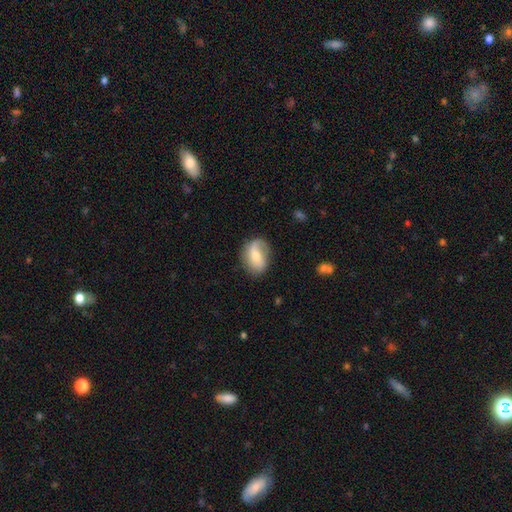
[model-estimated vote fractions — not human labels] smooth_or_featured: featured or disk (p=0.49) [alt: smooth p=0.44]
merging: none (p=0.68) [alt: minor disturbance p=0.22]